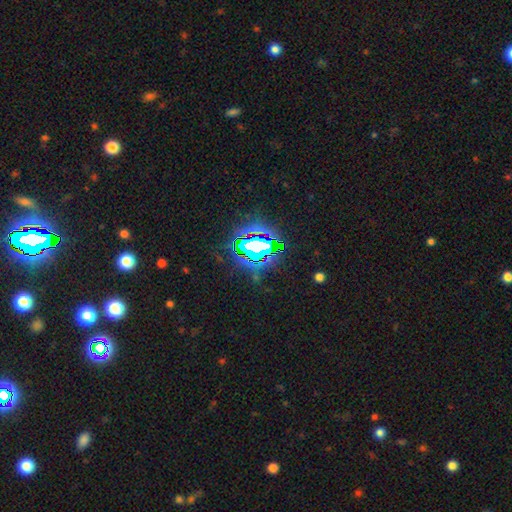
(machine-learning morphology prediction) smooth-or-featured: star or artifact: 82% | smooth: 11% | featured or disk: 7%